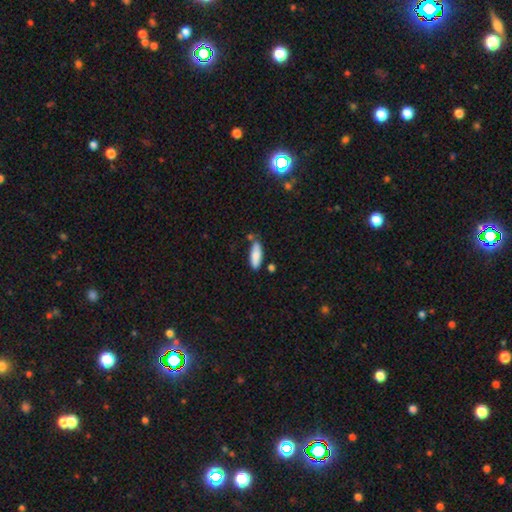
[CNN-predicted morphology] Smooth or featured? Predicted: smooth (p=0.85). How rounded? Predicted: in between (p=0.59). Merging? Predicted: none (p=0.69).